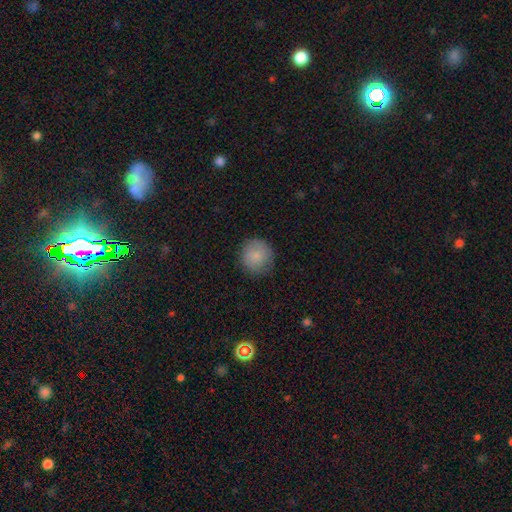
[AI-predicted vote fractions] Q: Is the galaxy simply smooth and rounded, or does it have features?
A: smooth — 85%.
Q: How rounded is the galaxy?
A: round — 93%.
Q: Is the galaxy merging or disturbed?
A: none — 84%.